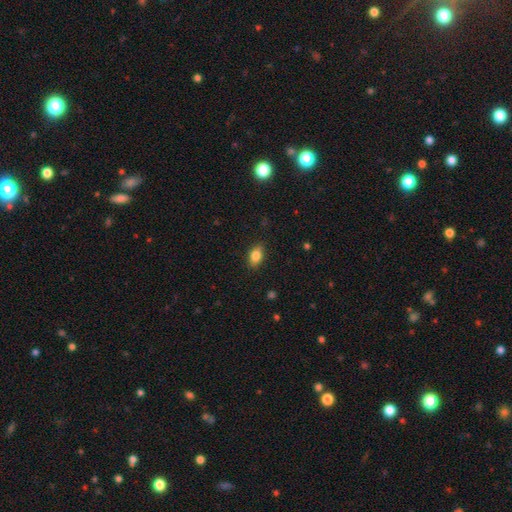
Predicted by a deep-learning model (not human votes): Smooth or featured? Predicted: smooth (p=0.82). How rounded? Predicted: in between (p=0.84). Merging? Predicted: none (p=0.85).